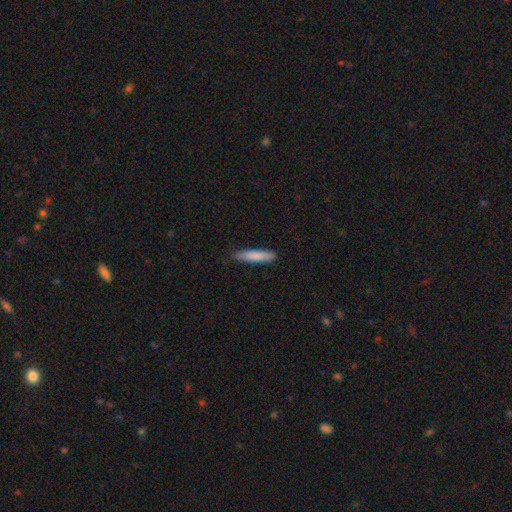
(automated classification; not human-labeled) Smooth or featured? smooth (83%)
How rounded? cigar-shaped (87%)
Merging? none (86%)